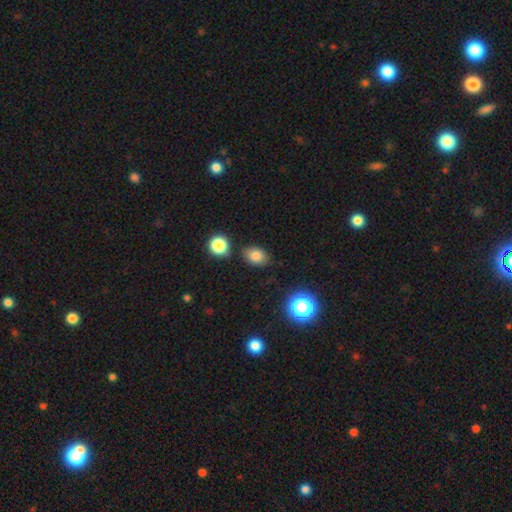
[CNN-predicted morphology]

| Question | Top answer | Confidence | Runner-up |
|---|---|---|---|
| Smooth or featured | smooth | 81% | star or artifact (12%) |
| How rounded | in between | 74% | round (25%) |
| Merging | none | 80% | minor disturbance (12%) |